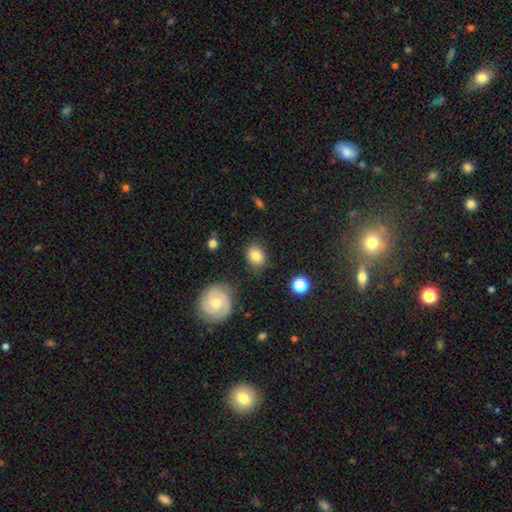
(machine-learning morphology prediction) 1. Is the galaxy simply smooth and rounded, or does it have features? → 78% smooth, 13% featured or disk, 9% star or artifact.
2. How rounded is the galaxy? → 53% in between, 46% round, 1% cigar-shaped.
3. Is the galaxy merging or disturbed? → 79% none, 15% minor disturbance, 4% major disturbance, 3% merger.